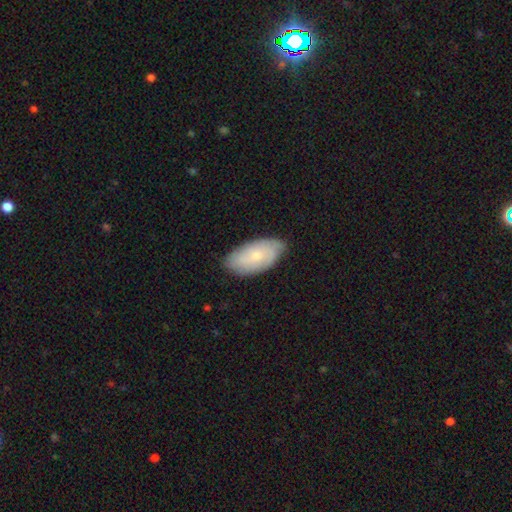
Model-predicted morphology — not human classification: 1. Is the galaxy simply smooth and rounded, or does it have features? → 58% smooth, 36% featured or disk, 6% star or artifact.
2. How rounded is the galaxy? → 93% in between, 4% cigar-shaped, 3% round.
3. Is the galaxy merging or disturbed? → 76% none, 20% minor disturbance, 3% major disturbance, 1% merger.